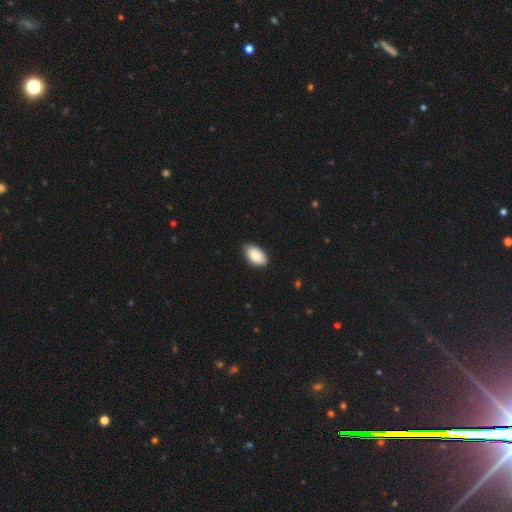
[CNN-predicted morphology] Smooth or featured: smooth — 90% (star or artifact — 6%)
How rounded: in between — 96% (round — 3%)
Merging: none — 85% (minor disturbance — 12%)